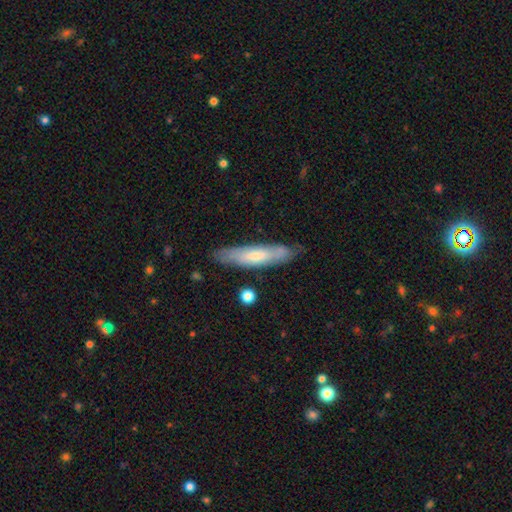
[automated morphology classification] Overall: smooth (52%; featured or disk 42%). How rounded: cigar-shaped (80%). Merging: none (80%).